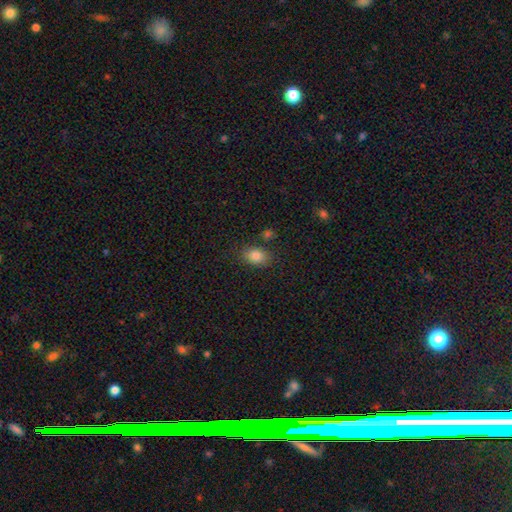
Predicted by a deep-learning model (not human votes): Smooth or featured?
  - smooth: 84% *
  - star or artifact: 10%
  - featured or disk: 6%
How rounded?
  - in between: 76% *
  - round: 23%
  - cigar-shaped: 1%
Merging?
  - none: 77% *
  - minor disturbance: 13%
  - merger: 6%
  - major disturbance: 4%